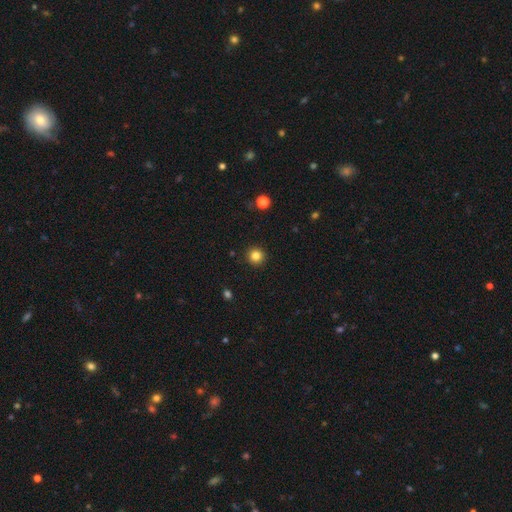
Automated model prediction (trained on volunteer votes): smooth 83%, star or artifact 12%, featured or disk 5%. Down the decision tree: how rounded — round (95%); merging — none (92%).